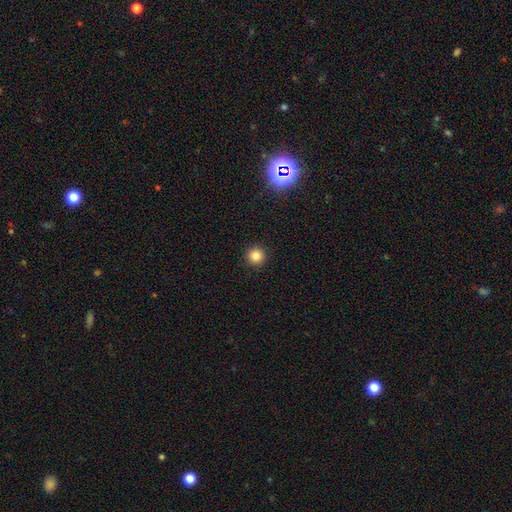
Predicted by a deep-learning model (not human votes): smooth-or-featured: smooth: 84% | star or artifact: 12% | featured or disk: 4%
  how-rounded: round: 96% | in between: 3% | cigar-shaped: 1%
  merging: none: 93% | minor disturbance: 5% | major disturbance: 2% | merger: 1%